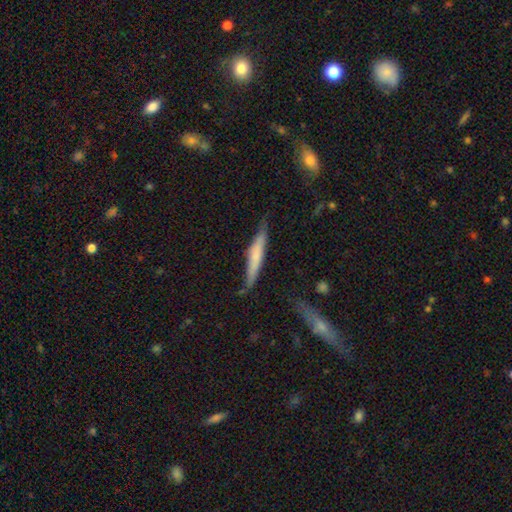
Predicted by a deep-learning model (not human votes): This appears to be a smooth galaxy with no disk features (58%) that is cigar-shaped (92%). Merging: none (74%).